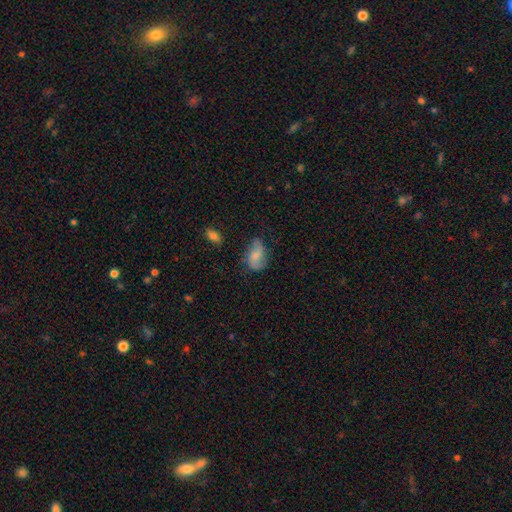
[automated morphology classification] Q: Smooth or featured?
A: smooth (54%); runner-up: featured or disk (37%)
Q: How rounded?
A: in between (88%); runner-up: round (9%)
Q: Merging?
A: none (54%); runner-up: minor disturbance (30%)